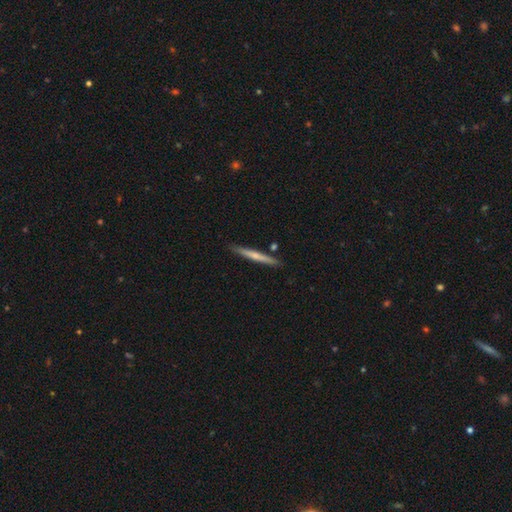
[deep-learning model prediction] This appears to be a smooth galaxy with no disk features (49%). Merging: none (87%).